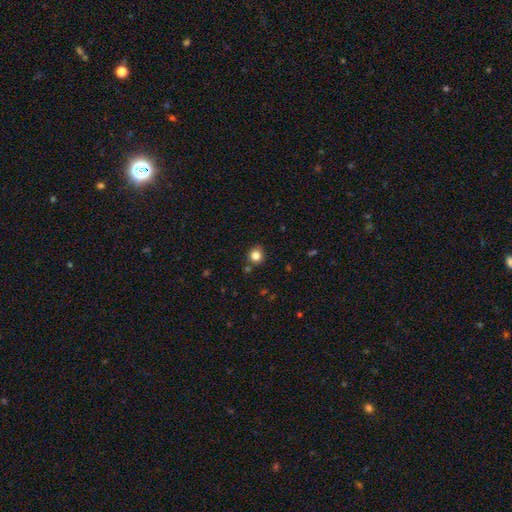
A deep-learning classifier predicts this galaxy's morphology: Q: Smooth or featured?
A: smooth (82%); runner-up: star or artifact (12%)
Q: How rounded?
A: round (86%); runner-up: in between (13%)
Q: Merging?
A: none (84%); runner-up: minor disturbance (9%)